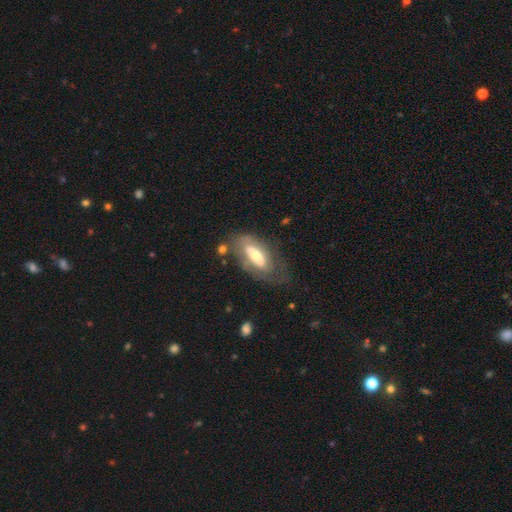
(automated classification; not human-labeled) smooth-or-featured: featured or disk: 54% | smooth: 40% | star or artifact: 6%
  disk-edge-on: no: 80% | yes: 20%
  merging: none: 53% | minor disturbance: 24% | major disturbance: 19% | merger: 5%